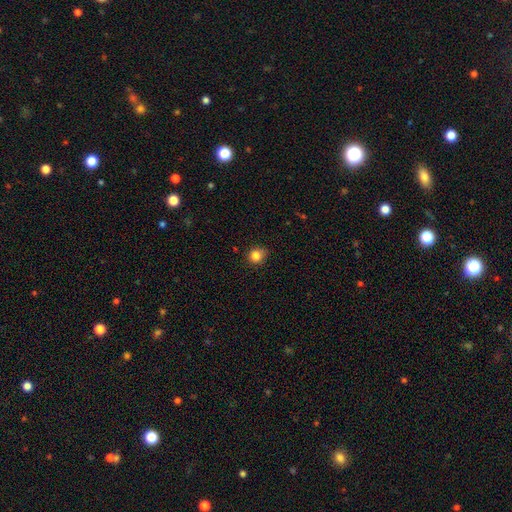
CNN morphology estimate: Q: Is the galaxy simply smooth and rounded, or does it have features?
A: smooth — 83%.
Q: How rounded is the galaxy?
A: round — 83%.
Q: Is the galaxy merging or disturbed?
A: none — 78%.